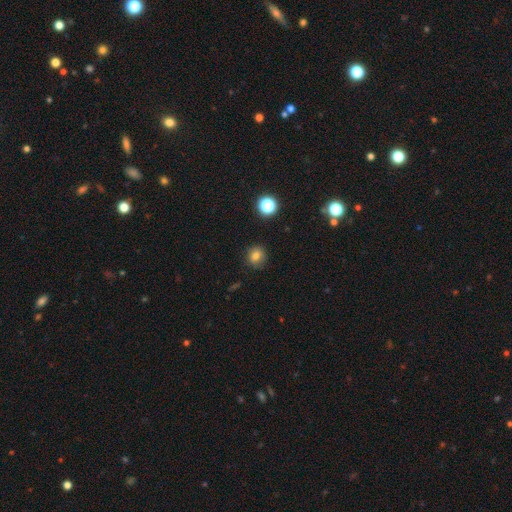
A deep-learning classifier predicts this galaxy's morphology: Smooth or featured?
  - smooth: 79% *
  - star or artifact: 14%
  - featured or disk: 7%
How rounded?
  - round: 86% *
  - in between: 13%
  - cigar-shaped: 1%
Merging?
  - none: 87% *
  - minor disturbance: 9%
  - major disturbance: 3%
  - merger: 1%